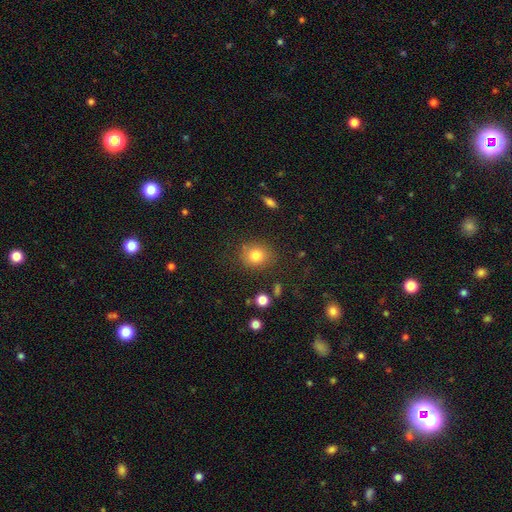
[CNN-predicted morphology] Smooth or featured? smooth (81%)
How rounded? round (72%)
Merging? none (82%)